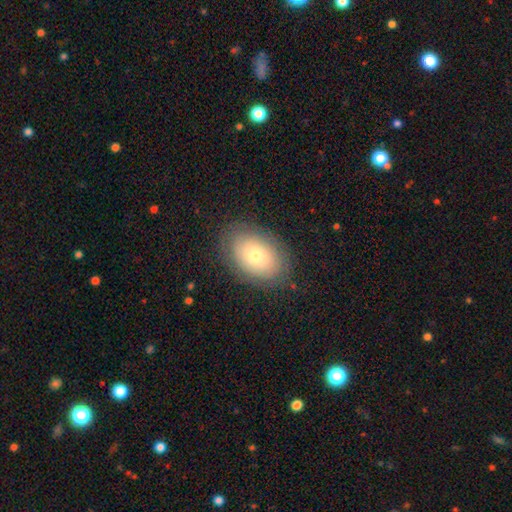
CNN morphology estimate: A smooth galaxy with no disk features (71%) that is in between round and cigar-shaped (84%). Merging: none (83%).